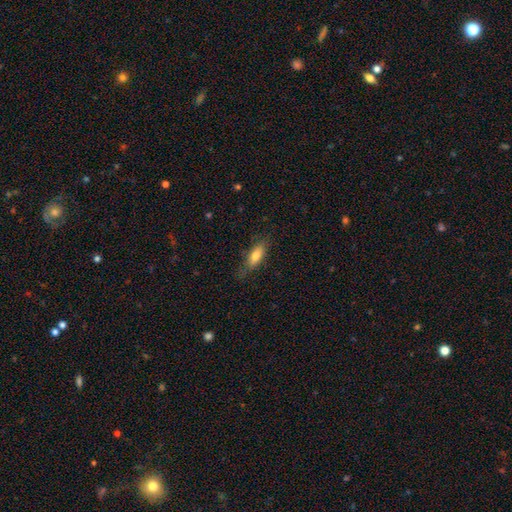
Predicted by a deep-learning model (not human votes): This appears to be a smooth galaxy with no disk features (73%) that is in between round and cigar-shaped (66%). Merging: none (71%).